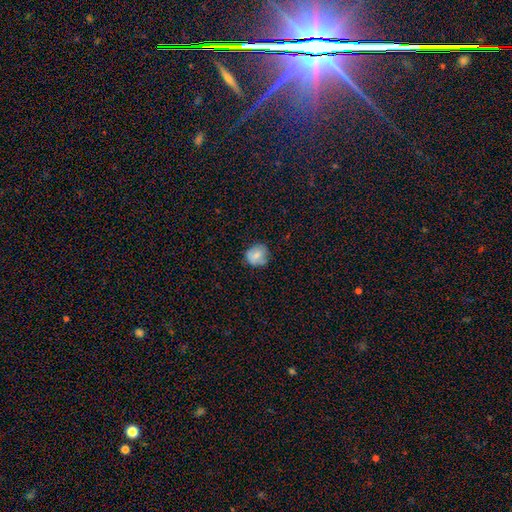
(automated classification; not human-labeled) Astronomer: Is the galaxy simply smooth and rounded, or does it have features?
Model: smooth — 76%.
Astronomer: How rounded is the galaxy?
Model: round — 80%.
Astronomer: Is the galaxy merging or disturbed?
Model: none — 69%.